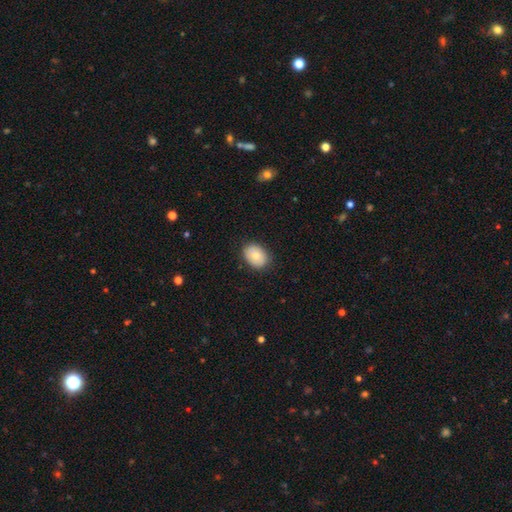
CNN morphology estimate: smooth-or-featured: smooth: 77% | featured or disk: 16% | star or artifact: 7%
  how-rounded: in between: 72% | round: 27% | cigar-shaped: 1%
  merging: none: 84% | minor disturbance: 12% | major disturbance: 2% | merger: 1%